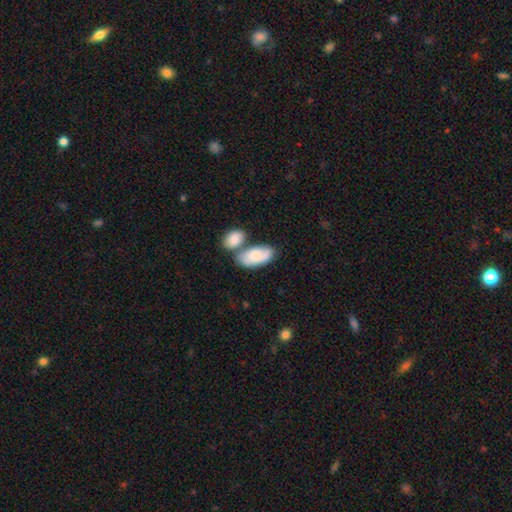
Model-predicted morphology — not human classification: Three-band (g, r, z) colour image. It shows a smooth galaxy with no disk features (67%) that is in between round and cigar-shaped (93%). Merging: merger (43%).